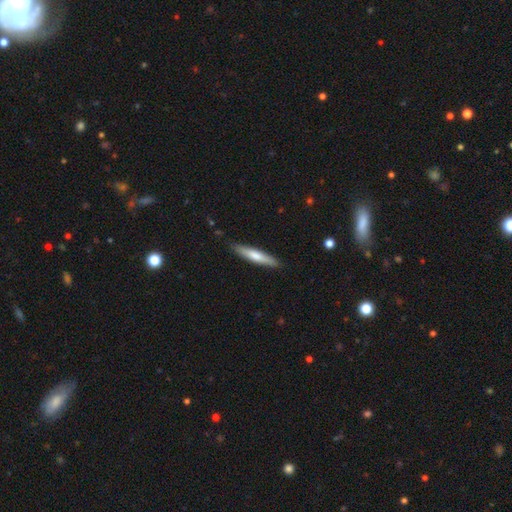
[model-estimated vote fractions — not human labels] Smooth or featured: smooth — 67% (featured or disk — 28%)
How rounded: cigar-shaped — 88% (in between — 10%)
Merging: none — 88% (minor disturbance — 9%)